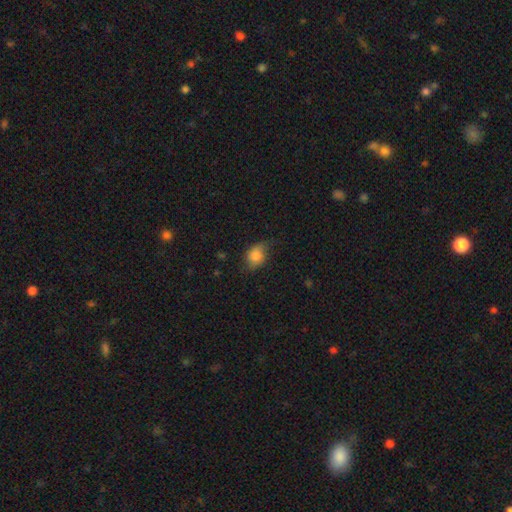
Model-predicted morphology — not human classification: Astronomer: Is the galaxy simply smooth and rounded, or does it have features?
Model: smooth — 77%.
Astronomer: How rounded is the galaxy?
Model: in between — 65%.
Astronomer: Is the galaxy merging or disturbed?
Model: none — 59%.